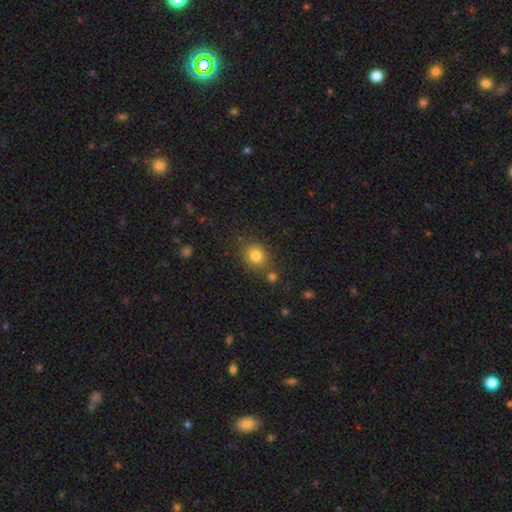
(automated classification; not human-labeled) Overall: smooth (81%). How rounded: round (69%; in between 30%). Merging: none (74%).